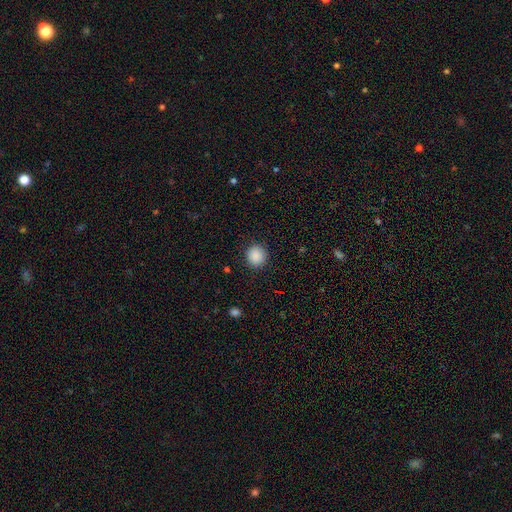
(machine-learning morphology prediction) smooth_or_featured: smooth (p=0.88) [alt: star or artifact p=0.09]
how_rounded: round (p=0.91) [alt: in between p=0.08]
merging: none (p=0.90) [alt: minor disturbance p=0.06]